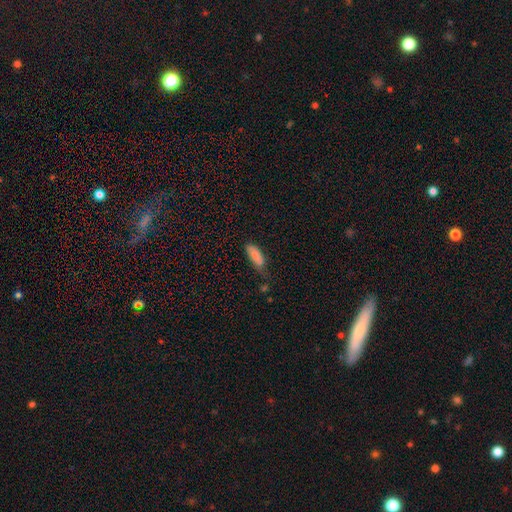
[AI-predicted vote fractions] Overall: smooth (86%). How rounded: in between (66%; cigar-shaped 32%). Merging: none (49%; minor disturbance 37%).